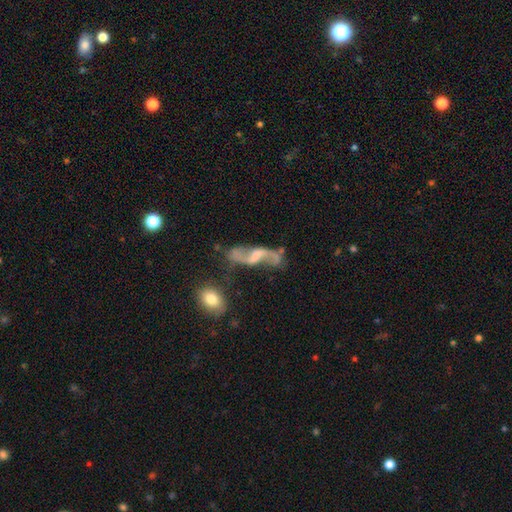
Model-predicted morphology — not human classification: The model was most divided on "bulge size": small: 42%, moderate: 31%, none: 20%, large: 5%, dominant: 2%. Remaining: spiral arms — yes (92%); spiral arm count — 2 (91%); edge-on disk — no (89%); smooth or featured — featured or disk (82%); spiral winding — loose (72%); merging — none (59%); bar — weak (49%).